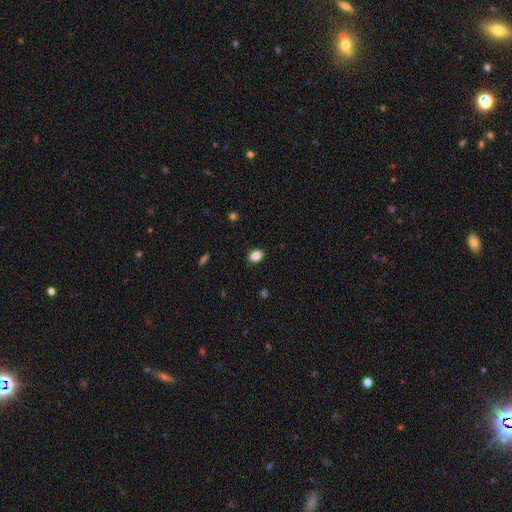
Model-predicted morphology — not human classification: This appears to be a smooth galaxy with no disk features (86%) that is in between round and cigar-shaped (65%). Merging: none (88%).